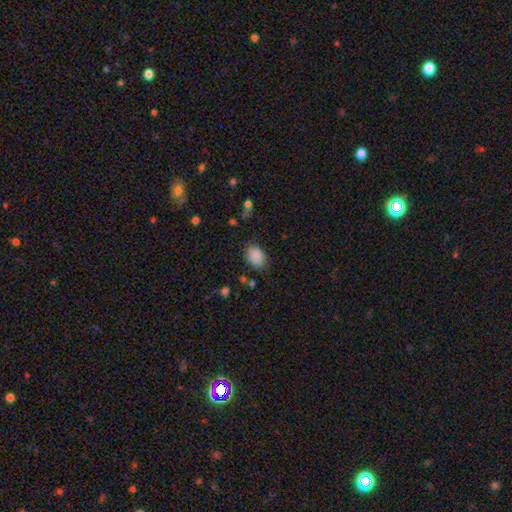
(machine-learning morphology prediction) type=smooth (87%); roundness=in between (79%); merging=none (78%).